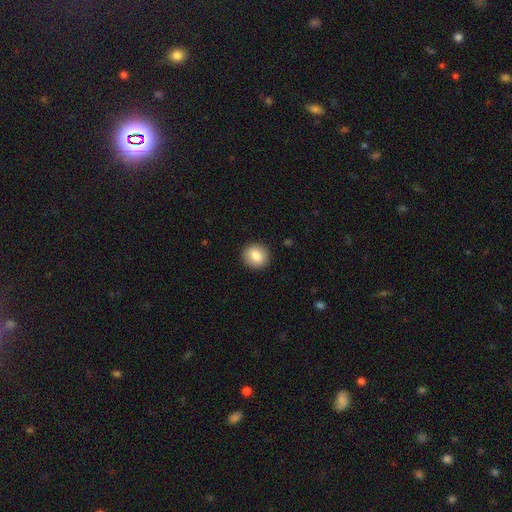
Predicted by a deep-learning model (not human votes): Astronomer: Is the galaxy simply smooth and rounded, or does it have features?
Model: smooth — 85%.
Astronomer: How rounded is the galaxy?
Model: round — 88%.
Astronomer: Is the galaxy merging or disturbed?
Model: none — 92%.